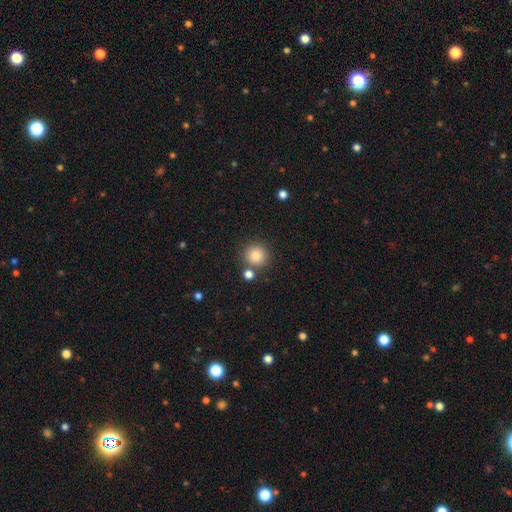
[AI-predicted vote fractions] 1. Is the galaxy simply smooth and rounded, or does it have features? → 85% smooth, 10% star or artifact, 5% featured or disk.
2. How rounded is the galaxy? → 93% round, 6% in between, 1% cigar-shaped.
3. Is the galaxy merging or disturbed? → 79% none, 10% merger, 8% minor disturbance, 3% major disturbance.